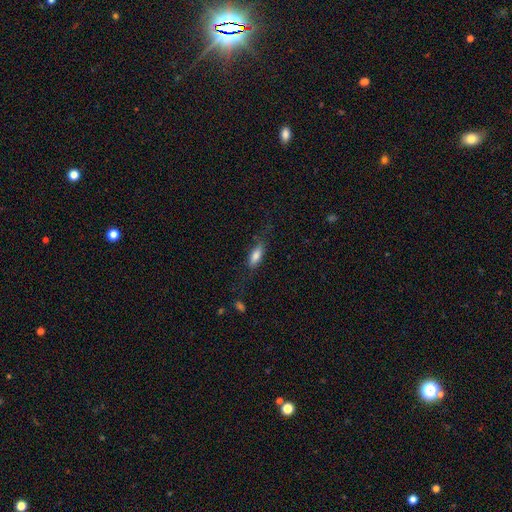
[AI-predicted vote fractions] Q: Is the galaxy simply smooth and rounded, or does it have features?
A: smooth — 75%.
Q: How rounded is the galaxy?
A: in between — 66%.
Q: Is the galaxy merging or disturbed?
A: none — 66%.